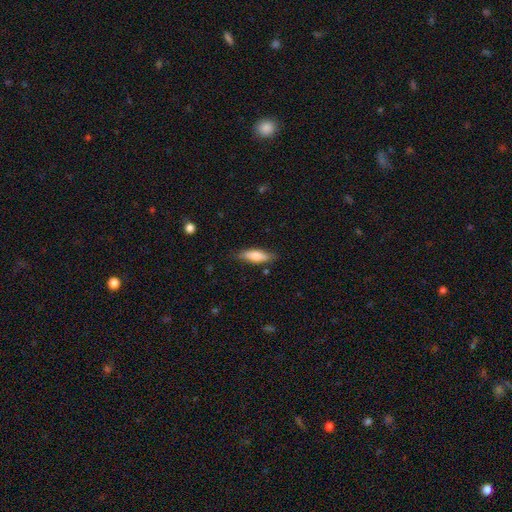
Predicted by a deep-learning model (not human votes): The model was most divided on "how rounded": in between: 53%, cigar-shaped: 45%, round: 2%. More confident: merging — none (79%); smooth or featured — smooth (72%).